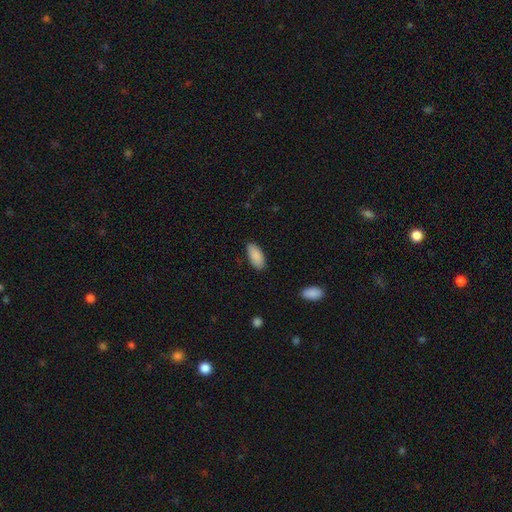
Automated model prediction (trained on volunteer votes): Smooth or featured: smooth — 90% (star or artifact — 6%)
How rounded: in between — 89% (cigar-shaped — 9%)
Merging: none — 85% (minor disturbance — 11%)